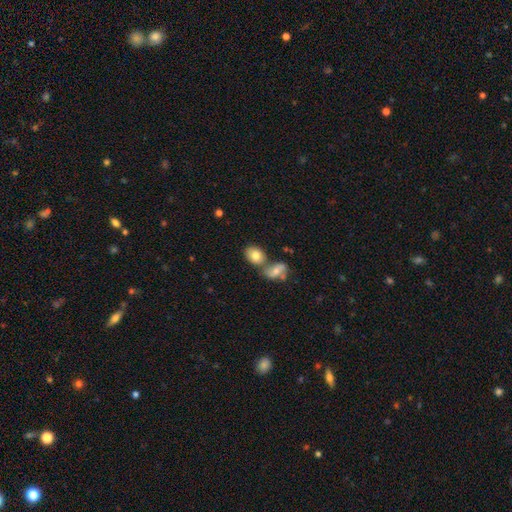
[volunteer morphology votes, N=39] type=smooth (79%); roundness=in between (81%); merging=none (47%).